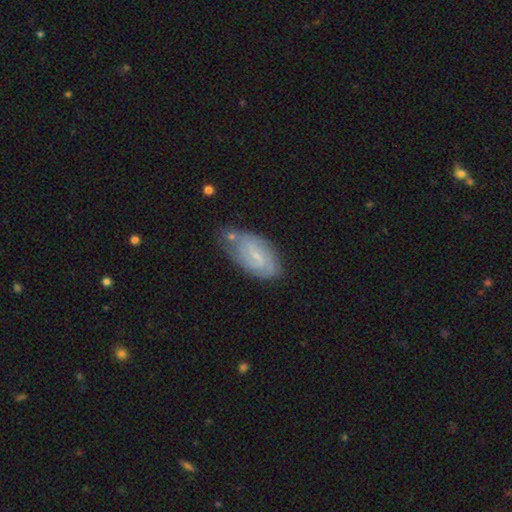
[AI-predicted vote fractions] Morphology: type=featured or disk (70%); edge-on=no (96%); bar=weak (58%); spiral arms=yes (90%); winding=tight (44%); arm count=2 (58%); bulge=small (73%); merging=none (60%).